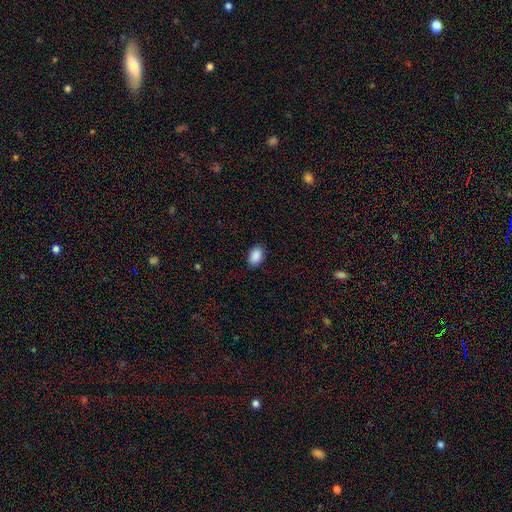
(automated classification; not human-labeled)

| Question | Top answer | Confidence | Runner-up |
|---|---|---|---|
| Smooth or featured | smooth | 90% | star or artifact (7%) |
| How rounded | in between | 87% | round (12%) |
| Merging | none | 87% | minor disturbance (10%) |